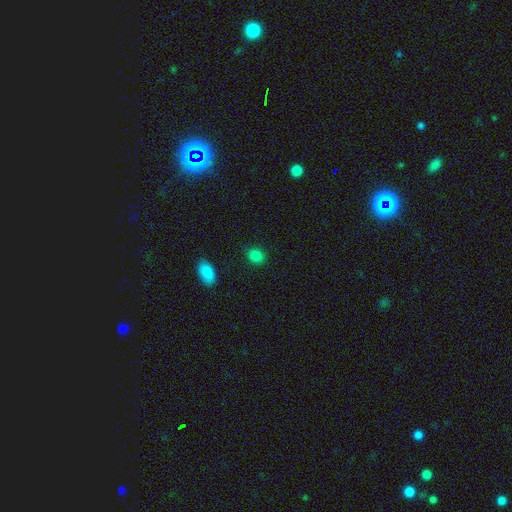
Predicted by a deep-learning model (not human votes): Smooth or featured? Predicted: smooth (p=0.85). How rounded? Predicted: round (p=0.62). Merging? Predicted: none (p=0.87).